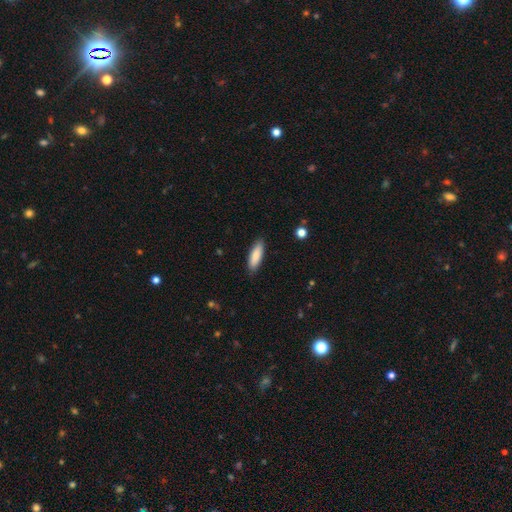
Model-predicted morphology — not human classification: Smooth or featured?
  - smooth: 86% *
  - featured or disk: 8%
  - star or artifact: 6%
How rounded?
  - in between: 52% *
  - cigar-shaped: 46%
  - round: 1%
Merging?
  - none: 87% *
  - minor disturbance: 10%
  - major disturbance: 2%
  - merger: 1%